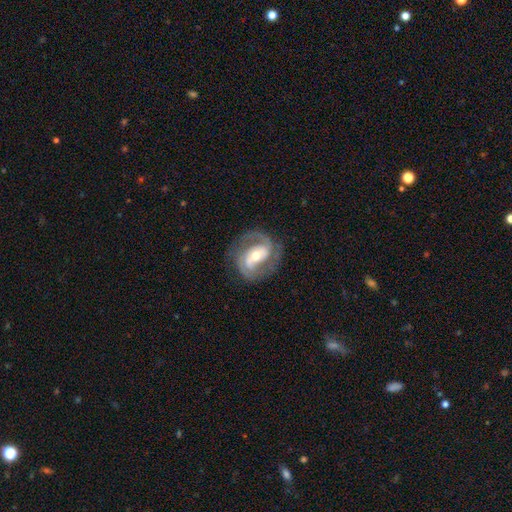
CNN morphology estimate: Smooth or featured? Predicted: featured or disk (p=0.86). Edge-on disk? Predicted: no (p=0.97). Bar? Predicted: weak (p=0.37). Spiral arms? Predicted: yes (p=0.94). Spiral winding? Predicted: medium (p=0.48). Spiral arm count? Predicted: 2 (p=0.85). Bulge size? Predicted: moderate (p=0.62). Merging? Predicted: none (p=0.77).